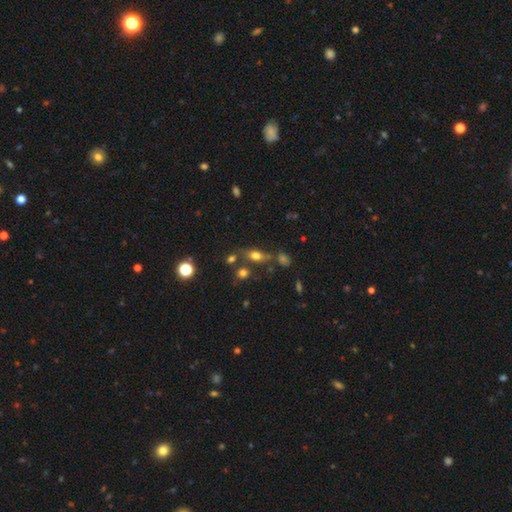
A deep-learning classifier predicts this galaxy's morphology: Overall: smooth (68%). How rounded: in between (70%). Merging: none (63%).